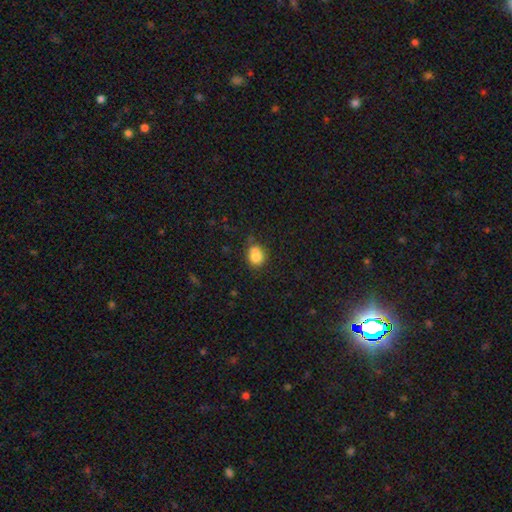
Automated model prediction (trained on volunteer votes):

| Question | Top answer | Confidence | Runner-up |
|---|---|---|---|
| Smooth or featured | smooth | 78% | featured or disk (11%) |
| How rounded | round | 59% | in between (40%) |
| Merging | none | 45% | merger (30%) |